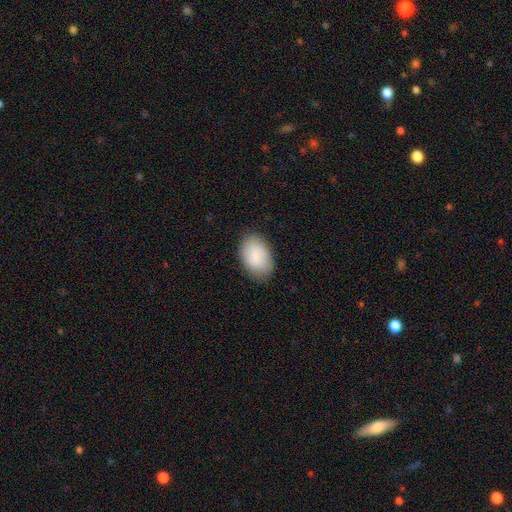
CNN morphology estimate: Smooth or featured: smooth — 83% (featured or disk — 11%)
How rounded: in between — 90% (round — 9%)
Merging: none — 81% (minor disturbance — 15%)